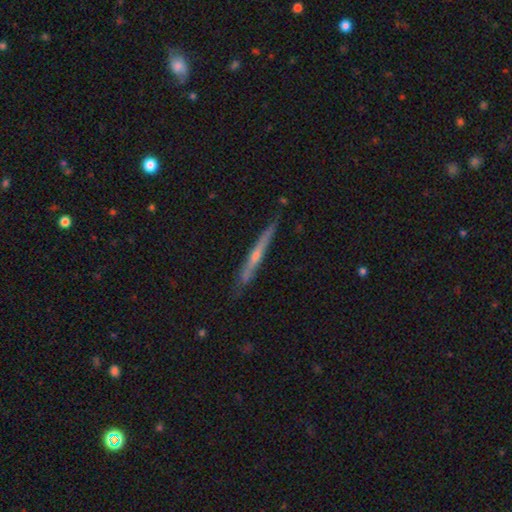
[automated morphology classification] Smooth or featured: featured or disk — 69% (smooth — 24%)
Edge-on disk: yes — 97% (no — 3%)
Edge-on bulge: rounded — 63% (none — 32%)
Merging: none — 86% (minor disturbance — 10%)